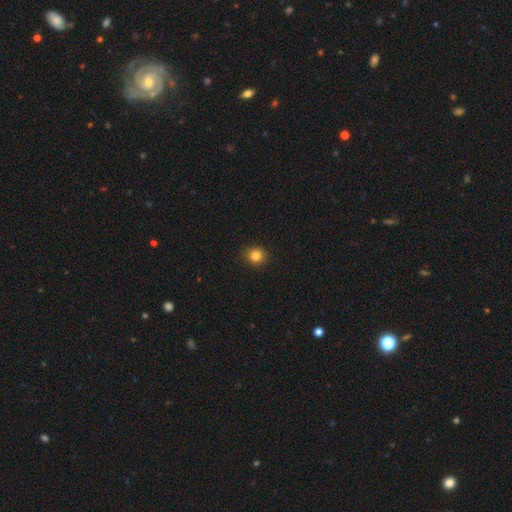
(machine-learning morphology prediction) A smooth galaxy with no disk features (83%) that is round (91%).

Vote fractions:
- Smooth or featured? smooth: 83% / star or artifact: 12% / featured or disk: 5%
- How rounded? round: 91% / in between: 8% / cigar-shaped: 1%
- Merging? none: 91% / minor disturbance: 6% / major disturbance: 2% / merger: 1%